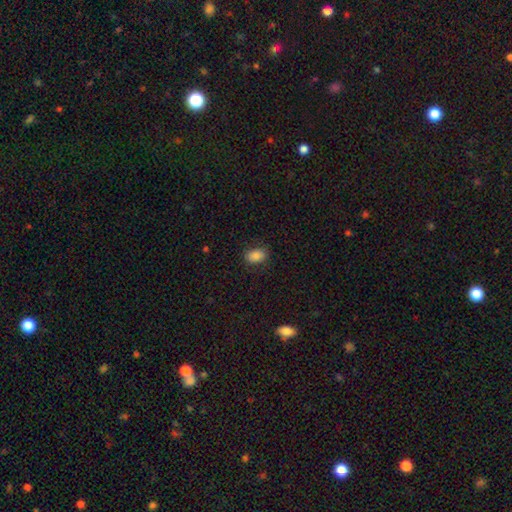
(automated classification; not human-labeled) A smooth galaxy with no disk features (86%) that is in between round and cigar-shaped (83%). Merging: none (85%).